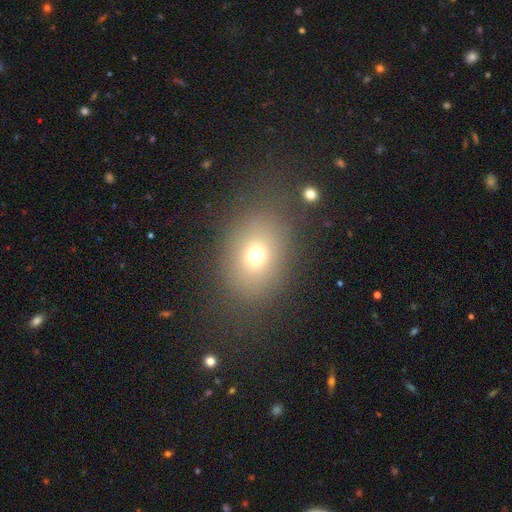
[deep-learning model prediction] A smooth galaxy with no disk features (70%) that is in between round and cigar-shaped (63%). Merging: none (76%).